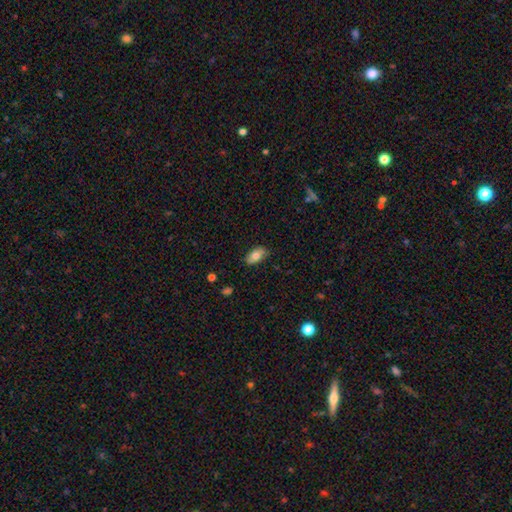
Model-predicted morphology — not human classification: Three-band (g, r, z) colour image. It shows a smooth galaxy with no disk features (73%) that is in between round and cigar-shaped (92%). Merging: none (83%).